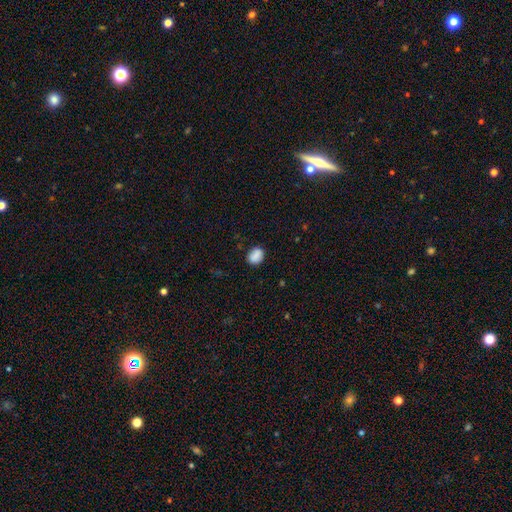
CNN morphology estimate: Smooth or featured?
  - smooth: 86% *
  - star or artifact: 8%
  - featured or disk: 6%
How rounded?
  - in between: 53% *
  - round: 46%
  - cigar-shaped: 1%
Merging?
  - none: 79% *
  - minor disturbance: 15%
  - major disturbance: 3%
  - merger: 2%